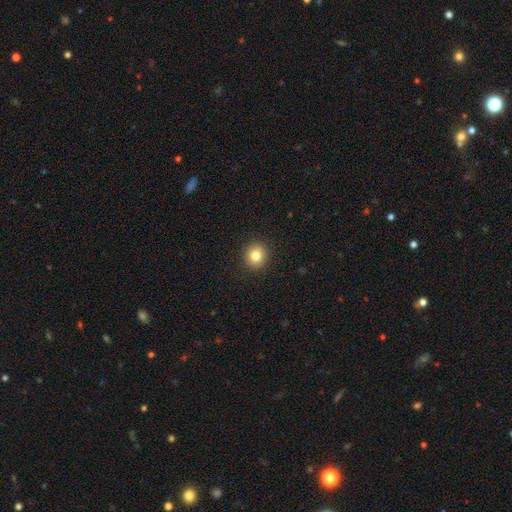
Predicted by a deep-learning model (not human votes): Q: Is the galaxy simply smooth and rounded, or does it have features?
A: smooth — 81%.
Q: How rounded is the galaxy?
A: round — 89%.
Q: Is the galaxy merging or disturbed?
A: none — 92%.